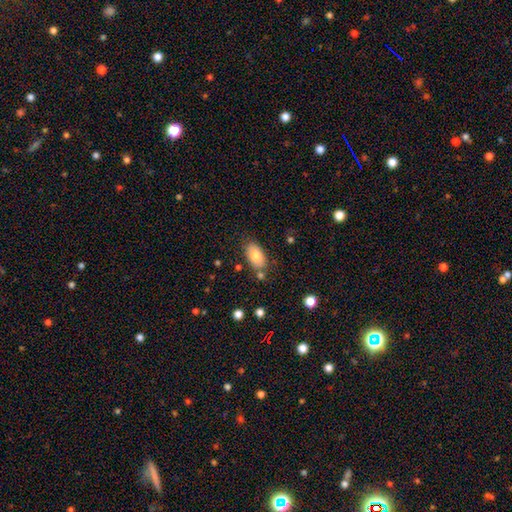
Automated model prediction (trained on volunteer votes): smooth_or_featured: smooth (p=0.80) [alt: featured or disk p=0.13]
how_rounded: in between (p=0.93) [alt: round p=0.05]
merging: none (p=0.74) [alt: minor disturbance p=0.15]